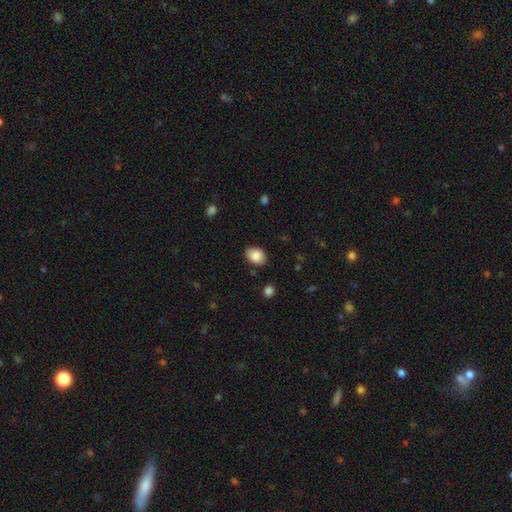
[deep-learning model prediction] smooth 87%, star or artifact 8%, featured or disk 5%. Down the decision tree: how rounded — in between (70%); merging — none (84%).